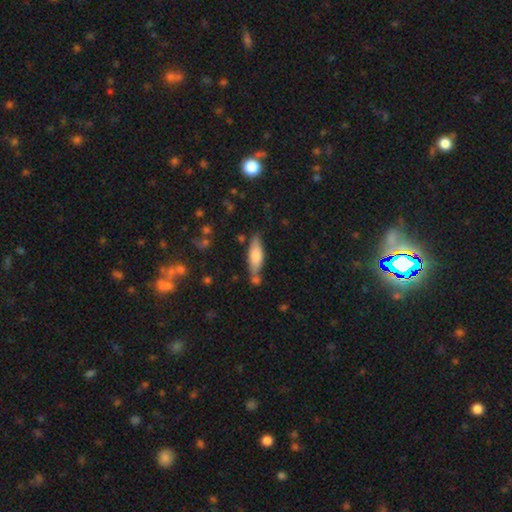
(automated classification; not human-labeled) smooth-or-featured: smooth: 71% | featured or disk: 23% | star or artifact: 6%
  how-rounded: in between: 54% | cigar-shaped: 44% | round: 2%
  merging: none: 65% | minor disturbance: 18% | merger: 13% | major disturbance: 4%